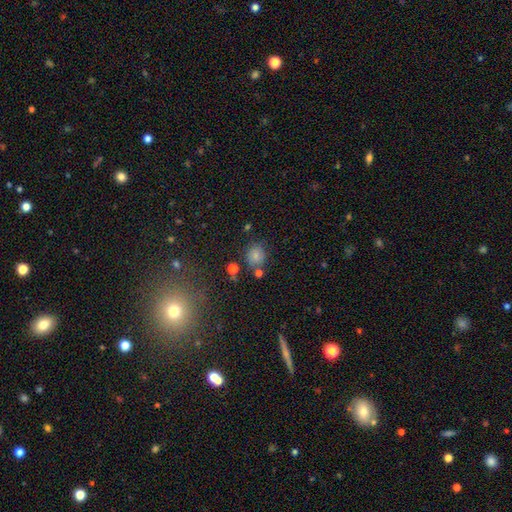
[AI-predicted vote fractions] Morphology: type=smooth (78%); roundness=round (78%); merging=none (74%).